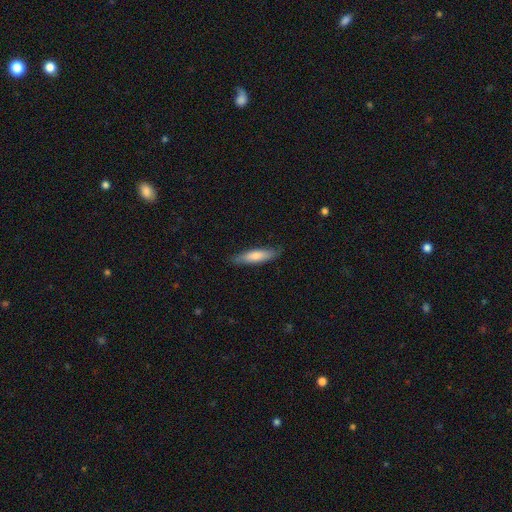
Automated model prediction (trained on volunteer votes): smooth_or_featured: smooth (p=0.67) [alt: featured or disk p=0.27]
how_rounded: cigar-shaped (p=0.78) [alt: in between p=0.21]
merging: none (p=0.84) [alt: minor disturbance p=0.12]